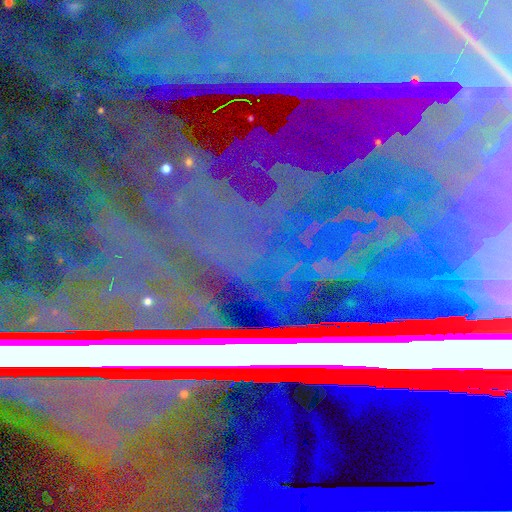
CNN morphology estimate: The model was most divided on "smooth or featured": star or artifact: 79%, featured or disk: 13%, smooth: 8%.